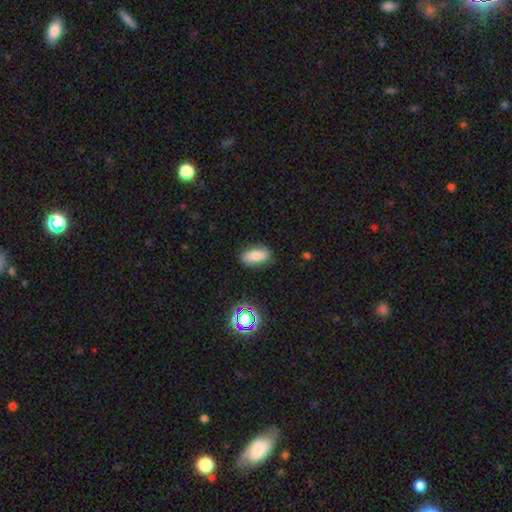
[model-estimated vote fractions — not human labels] A smooth galaxy with no disk features (70%) that is in between round and cigar-shaped (82%). Merging: none (83%).